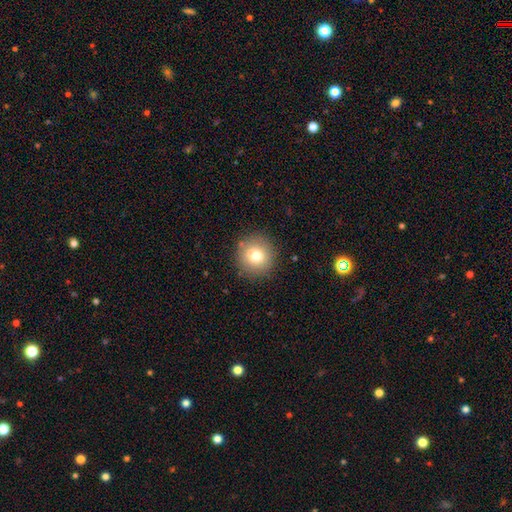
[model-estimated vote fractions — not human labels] This is likely a smooth galaxy (77%). How rounded: clearly round (92%). Merging: clearly none (87%).